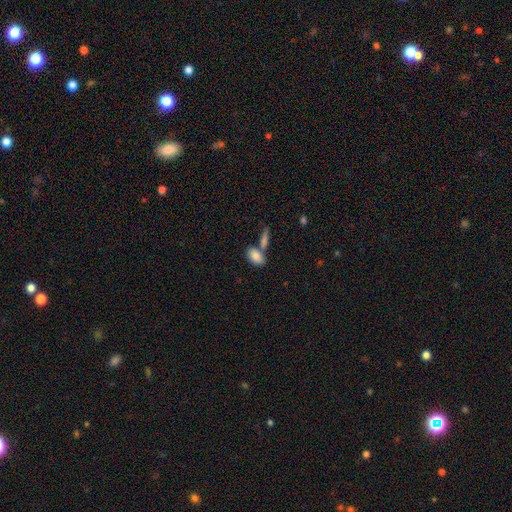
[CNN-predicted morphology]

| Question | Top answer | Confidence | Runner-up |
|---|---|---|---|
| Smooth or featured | smooth | 85% | featured or disk (9%) |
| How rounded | in between | 90% | round (6%) |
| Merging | none | 50% | merger (36%) |